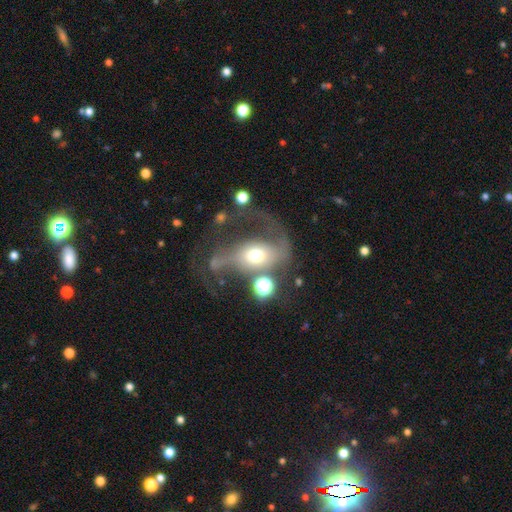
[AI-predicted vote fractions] Smooth or featured?
  - featured or disk: 57% *
  - smooth: 32%
  - star or artifact: 11%
Edge-on disk?
  - no: 92% *
  - yes: 8%
Bar?
  - no: 69% *
  - weak: 21%
  - strong: 10%
Spiral arms?
  - yes: 65% *
  - no: 35%
Bulge size?
  - moderate: 57% *
  - small: 20%
  - large: 16%
  - dominant: 5%
  - none: 2%
Merging?
  - major disturbance: 47% *
  - none: 23%
  - merger: 15%
  - minor disturbance: 14%